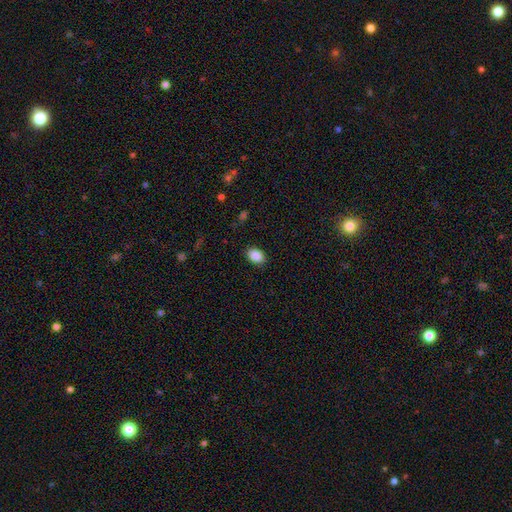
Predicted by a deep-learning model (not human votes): Morphology: type=smooth (88%); roundness=in between (77%); merging=none (88%).